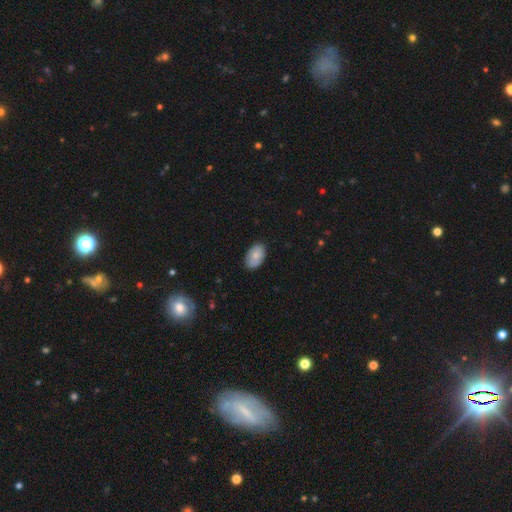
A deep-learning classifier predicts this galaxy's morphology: type=smooth (77%); roundness=in between (91%); merging=none (80%).